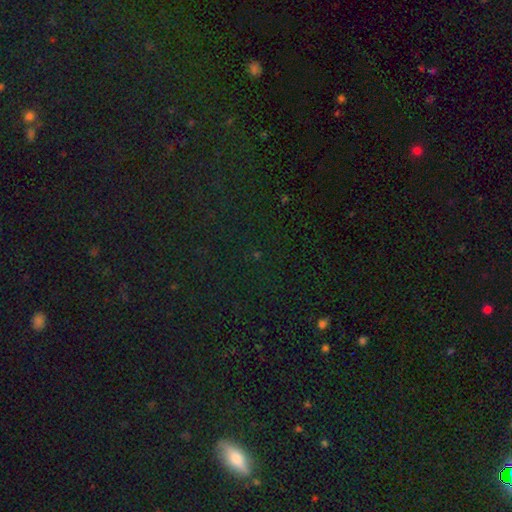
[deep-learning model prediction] Smooth or featured?
  - star or artifact: 80% *
  - smooth: 13%
  - featured or disk: 7%